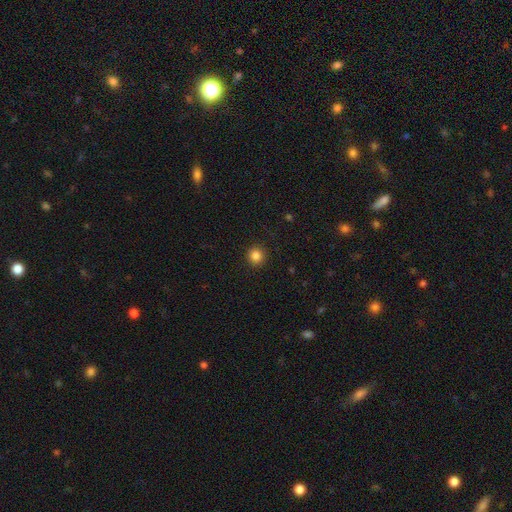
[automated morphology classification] Smooth or featured? Predicted: smooth (p=0.85). How rounded? Predicted: round (p=0.93). Merging? Predicted: none (p=0.92).